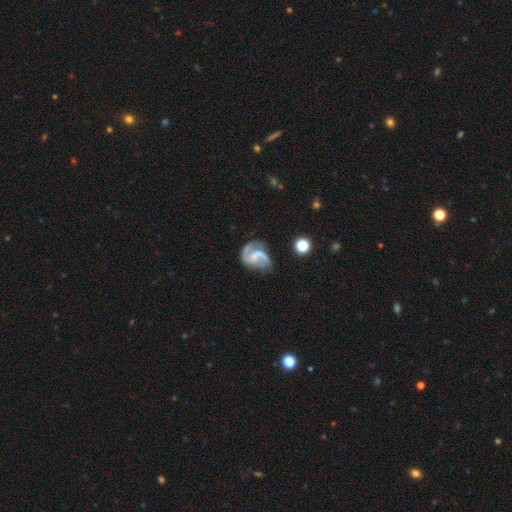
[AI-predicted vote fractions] The model was most divided on "bar": no: 45%, weak: 41%, strong: 14%. Remaining: edge-on disk — no (98%); spiral arms — yes (90%); smooth or featured — featured or disk (77%); spiral arm count — 2 (75%); spiral winding — medium (45%); merging — none (44%); bulge size — none (43%).